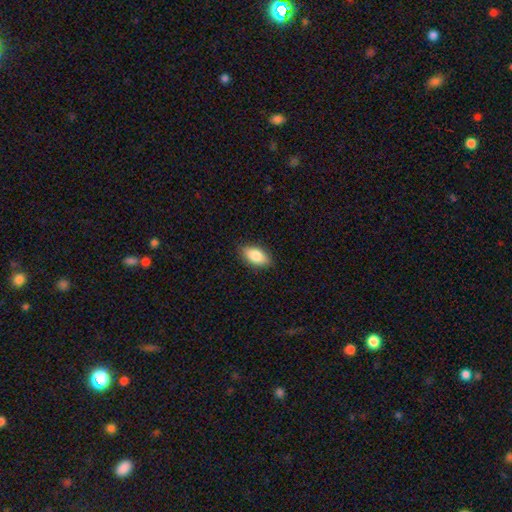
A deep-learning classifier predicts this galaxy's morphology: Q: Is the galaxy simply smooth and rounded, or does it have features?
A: smooth — 84%.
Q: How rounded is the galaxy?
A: in between — 91%.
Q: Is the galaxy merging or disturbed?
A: none — 86%.